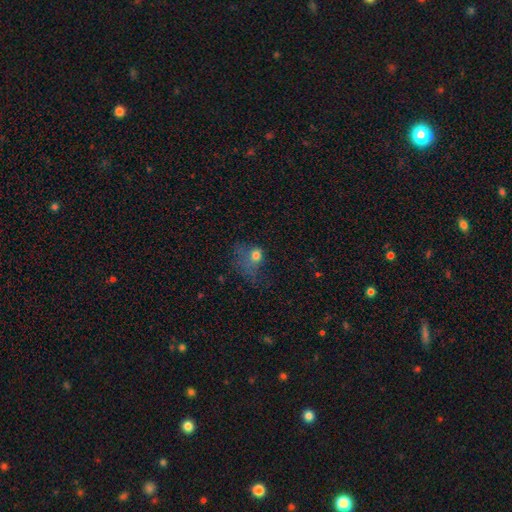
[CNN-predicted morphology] A smooth galaxy with no disk features (65%) that is round (49%, tied with in between). Merging: major disturbance (52%).